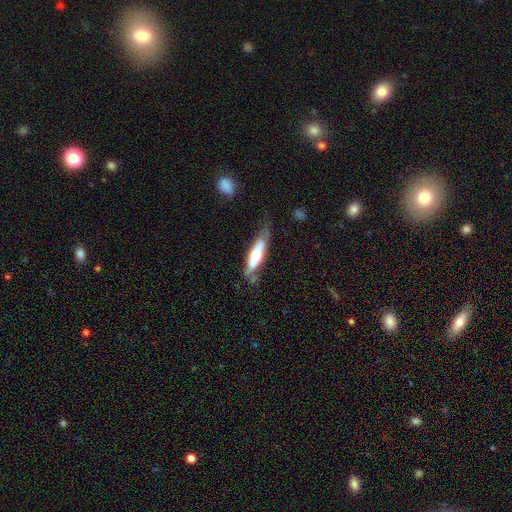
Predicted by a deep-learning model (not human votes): Morphology: type=featured or disk (47%, tied with smooth); merging=none (57%).